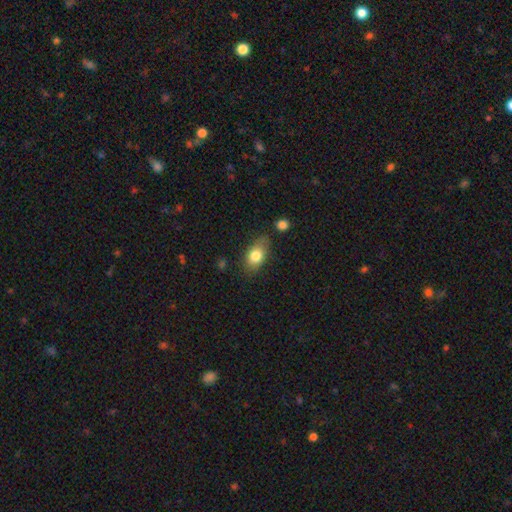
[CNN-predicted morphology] smooth 79%, featured or disk 13%, star or artifact 8%. Down the decision tree: how rounded — in between (83%); merging — none (72%).